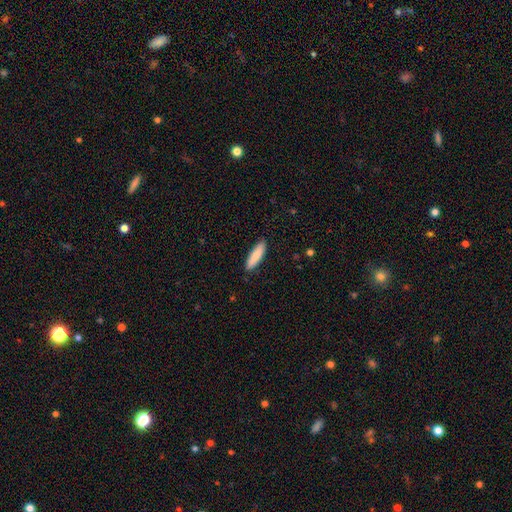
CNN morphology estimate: smooth-or-featured: smooth: 85% | featured or disk: 9% | star or artifact: 5%
  how-rounded: cigar-shaped: 65% | in between: 33% | round: 1%
  merging: none: 89% | minor disturbance: 8% | major disturbance: 2% | merger: 1%